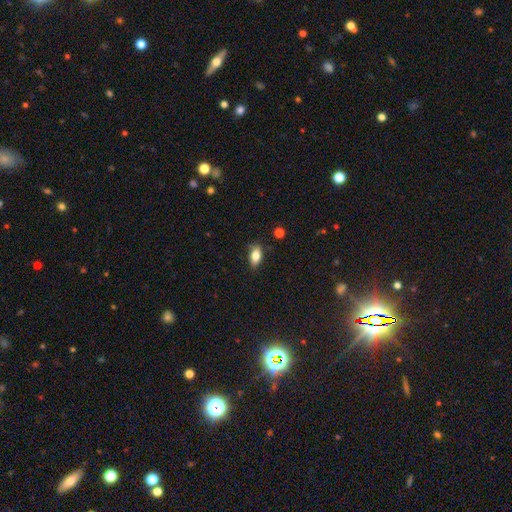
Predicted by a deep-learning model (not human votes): Smooth or featured? smooth (78%)
How rounded? in between (86%)
Merging? none (77%)